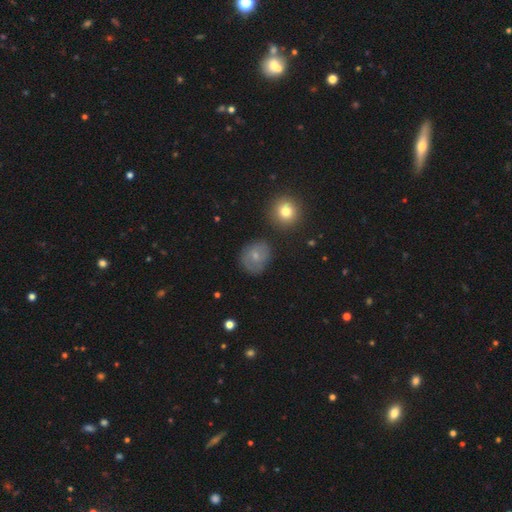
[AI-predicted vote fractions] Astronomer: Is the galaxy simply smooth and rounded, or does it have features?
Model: smooth — 52% (runner-up: featured or disk, 36%).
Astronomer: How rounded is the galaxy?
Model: round — 69%.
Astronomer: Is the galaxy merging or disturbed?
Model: none — 74%.